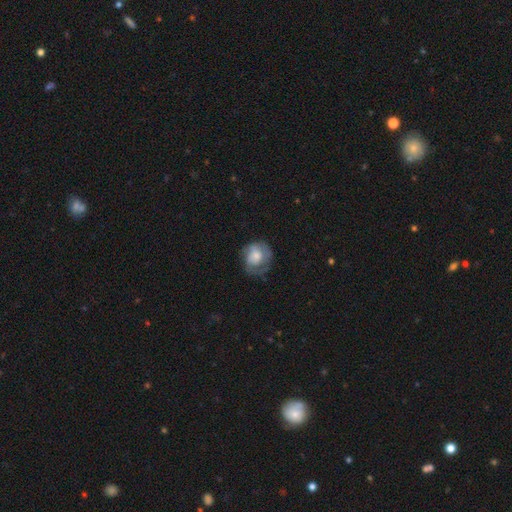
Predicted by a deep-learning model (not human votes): smooth_or_featured: smooth (p=0.53) [alt: featured or disk p=0.40]
how_rounded: round (p=0.73) [alt: in between p=0.26]
merging: none (p=0.52) [alt: minor disturbance p=0.27]